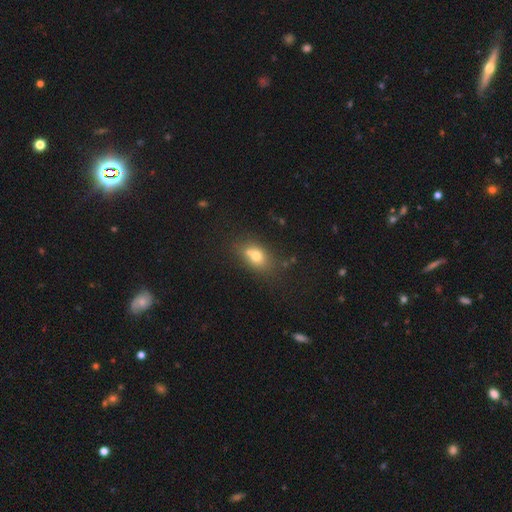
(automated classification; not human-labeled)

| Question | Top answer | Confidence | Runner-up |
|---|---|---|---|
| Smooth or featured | smooth | 68% | featured or disk (19%) |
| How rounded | in between | 64% | round (33%) |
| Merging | none | 45% | merger (37%) |